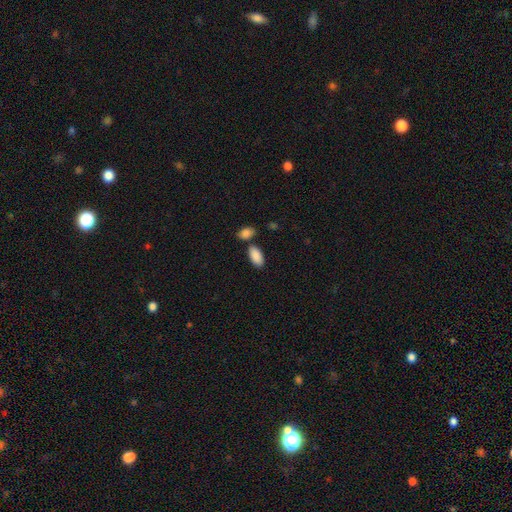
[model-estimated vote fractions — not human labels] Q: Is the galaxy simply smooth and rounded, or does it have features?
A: smooth — 90%.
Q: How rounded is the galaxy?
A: in between — 94%.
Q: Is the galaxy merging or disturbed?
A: none — 70%.